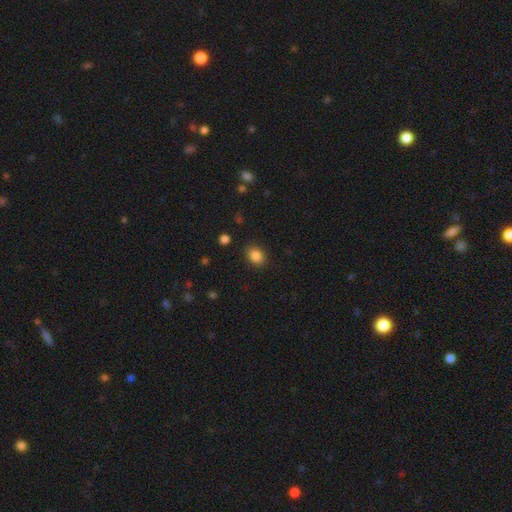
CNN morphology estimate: smooth 85%, star or artifact 10%, featured or disk 5%. Down the decision tree: how rounded — in between (60%); merging — none (88%).